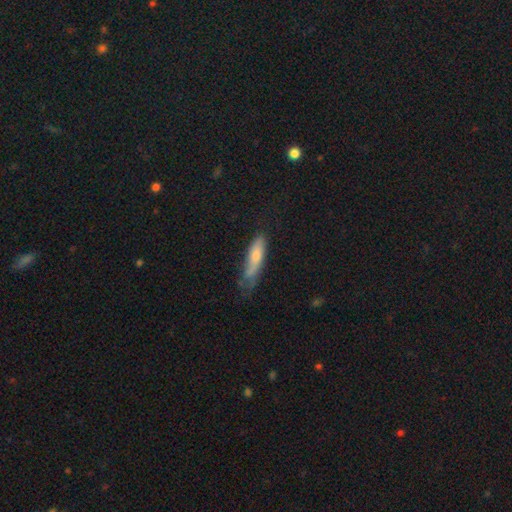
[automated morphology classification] Overall: smooth (53%; featured or disk 34%). How rounded: cigar-shaped (77%). Merging: none (57%; minor disturbance 28%).